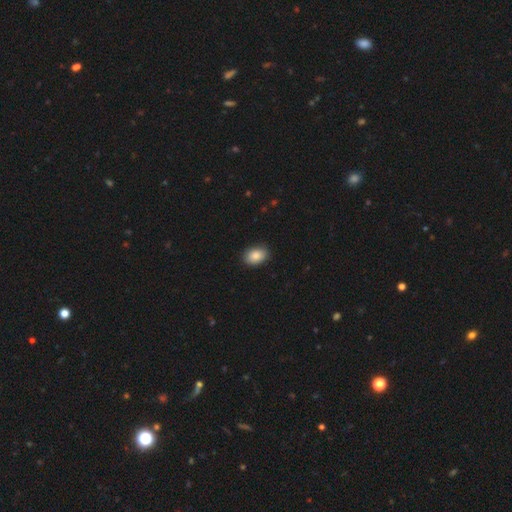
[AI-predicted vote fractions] Smooth or featured: smooth — 87% (star or artifact — 7%)
How rounded: in between — 84% (round — 15%)
Merging: none — 87% (minor disturbance — 10%)